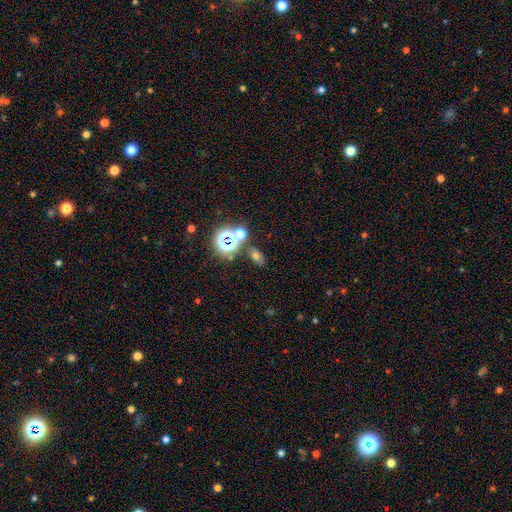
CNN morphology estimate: This appears to be a smooth galaxy with no disk features (56%) that is in between round and cigar-shaped (73%). Merging: none (73%).